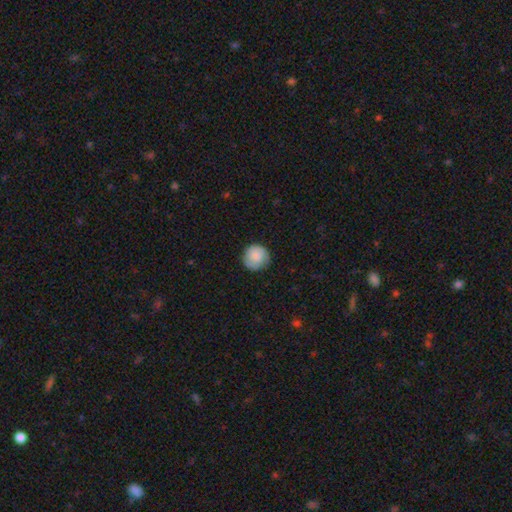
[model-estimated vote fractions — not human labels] smooth-or-featured: smooth: 76% | featured or disk: 17% | star or artifact: 7%
  how-rounded: round: 94% | in between: 5% | cigar-shaped: 1%
  merging: none: 83% | minor disturbance: 13% | major disturbance: 3% | merger: 1%